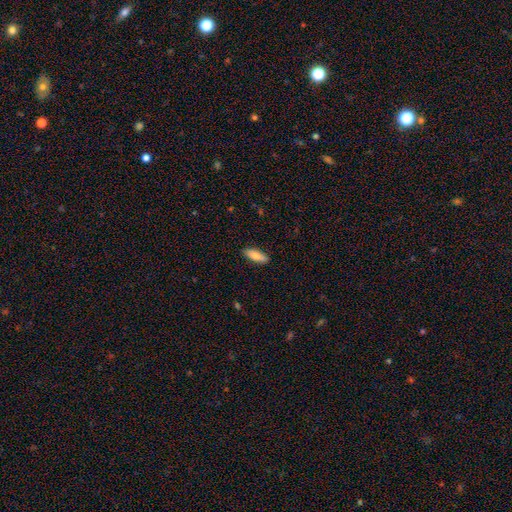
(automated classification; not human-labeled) smooth_or_featured: smooth (p=0.80) [alt: featured or disk p=0.14]
how_rounded: in between (p=0.62) [alt: cigar-shaped p=0.36]
merging: none (p=0.89) [alt: minor disturbance p=0.08]